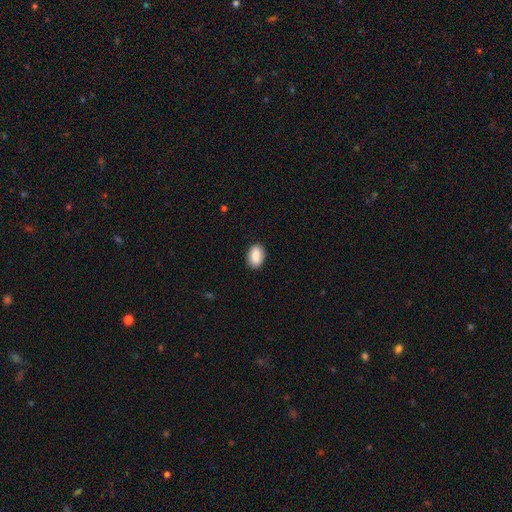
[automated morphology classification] smooth_or_featured: smooth (p=0.89) [alt: star or artifact p=0.07]
how_rounded: in between (p=0.88) [alt: round p=0.10]
merging: none (p=0.89) [alt: minor disturbance p=0.08]